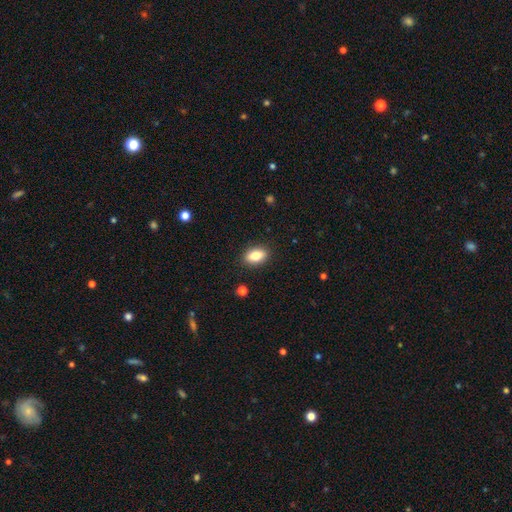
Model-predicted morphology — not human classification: Q: Smooth or featured?
A: smooth (80%); runner-up: featured or disk (12%)
Q: How rounded?
A: in between (86%); runner-up: round (10%)
Q: Merging?
A: none (88%); runner-up: minor disturbance (8%)